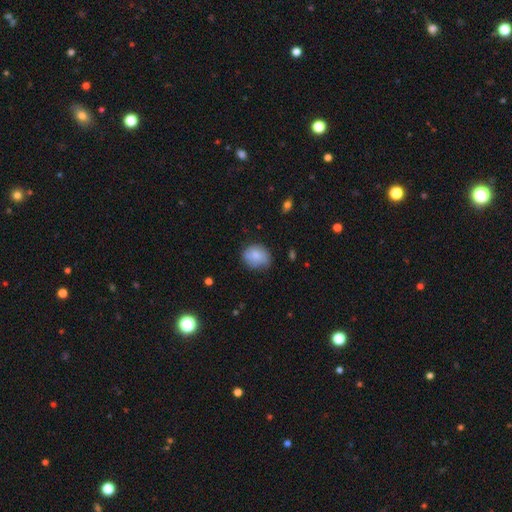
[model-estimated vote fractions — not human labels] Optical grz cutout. It shows a smooth galaxy with no disk features (77%) that is round (63%). Merging: none (70%).